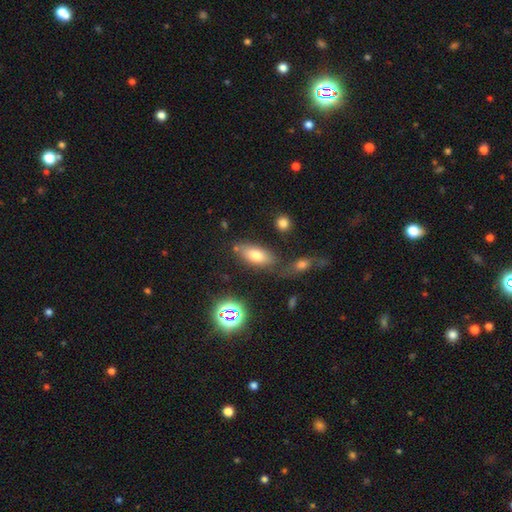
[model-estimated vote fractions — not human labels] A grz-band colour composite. It shows a smooth galaxy with no disk features (71%) that is in between round and cigar-shaped (84%). Merging: none (64%).